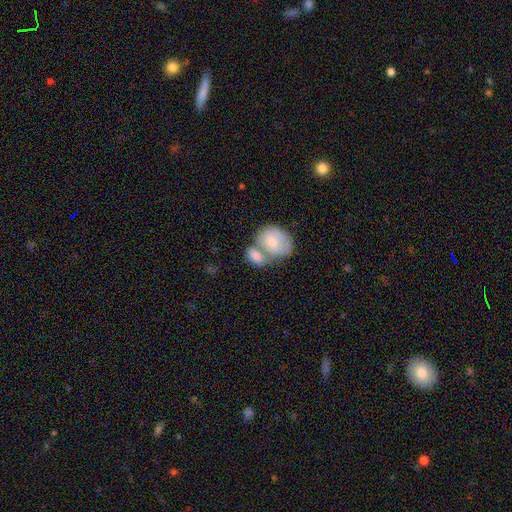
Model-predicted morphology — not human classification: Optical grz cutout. It shows a smooth galaxy with no disk features (74%) that is in between round and cigar-shaped (71%). Merging: merger (62%).